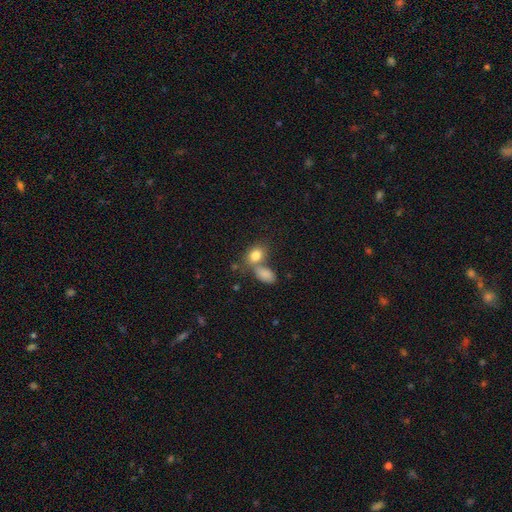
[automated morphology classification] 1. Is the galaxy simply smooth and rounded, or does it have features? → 81% smooth, 9% featured or disk, 9% star or artifact.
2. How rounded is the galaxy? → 70% in between, 28% round, 2% cigar-shaped.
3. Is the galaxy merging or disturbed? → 45% merger, 39% none, 11% minor disturbance, 5% major disturbance.